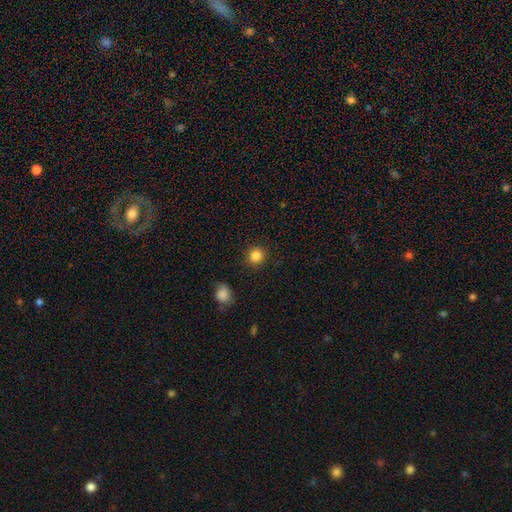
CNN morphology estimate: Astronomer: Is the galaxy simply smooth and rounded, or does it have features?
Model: smooth — 85%.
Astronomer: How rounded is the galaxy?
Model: round — 90%.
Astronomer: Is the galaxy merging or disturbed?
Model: none — 90%.